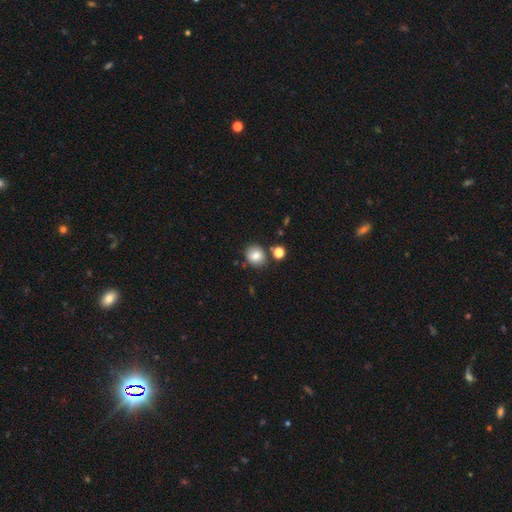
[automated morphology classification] The model was most divided on "how rounded": round: 80%, in between: 19%, cigar-shaped: 1%. More confident: smooth or featured — smooth (81%); merging — none (79%).